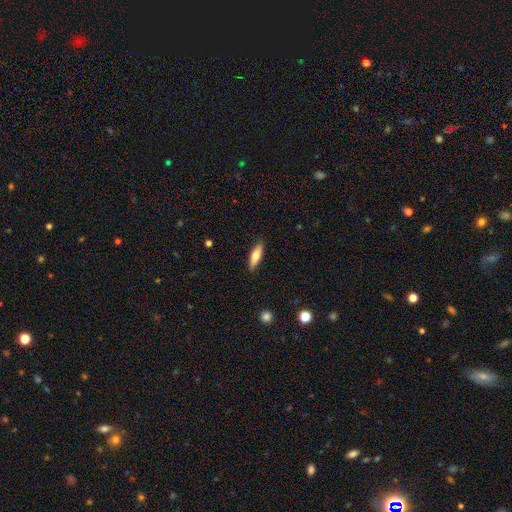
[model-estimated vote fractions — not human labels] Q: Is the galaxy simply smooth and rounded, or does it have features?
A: smooth — 63%.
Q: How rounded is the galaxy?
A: cigar-shaped — 63%.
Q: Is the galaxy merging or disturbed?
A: none — 88%.